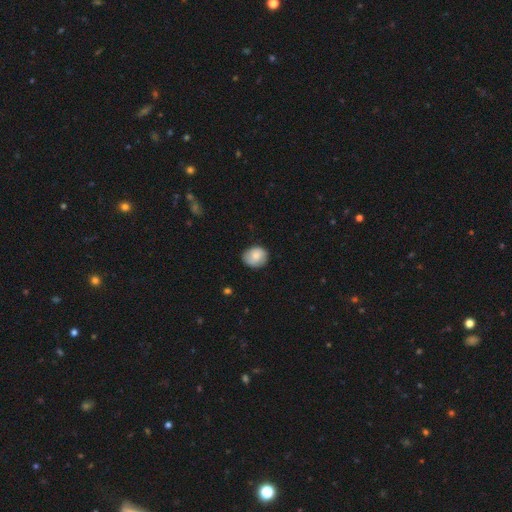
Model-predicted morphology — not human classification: The model was most divided on "how rounded": round: 64%, in between: 35%, cigar-shaped: 1%. More confident: smooth or featured — smooth (81%); merging — none (77%).